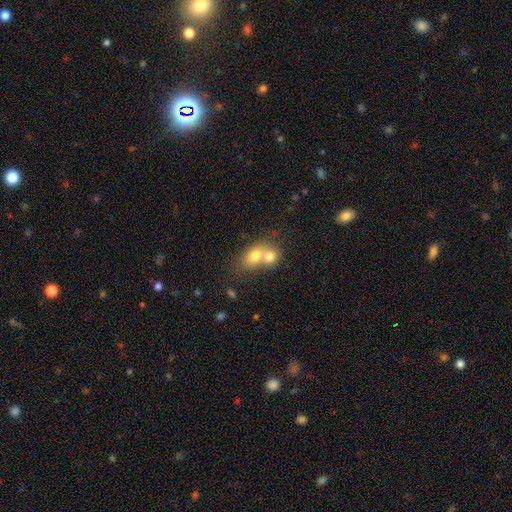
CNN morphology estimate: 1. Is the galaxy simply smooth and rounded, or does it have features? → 72% smooth, 19% featured or disk, 9% star or artifact.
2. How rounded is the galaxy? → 54% in between, 45% round, 2% cigar-shaped.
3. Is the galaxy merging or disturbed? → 71% merger, 20% none, 6% minor disturbance, 3% major disturbance.